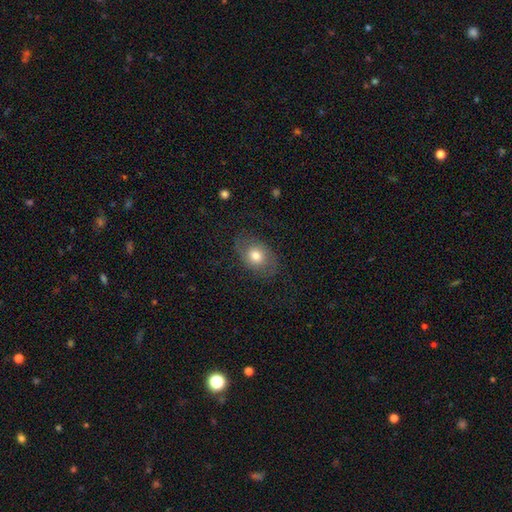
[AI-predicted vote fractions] This appears to be a smooth galaxy with no disk features (67%) that is in between round and cigar-shaped (71%). Merging: none (71%).